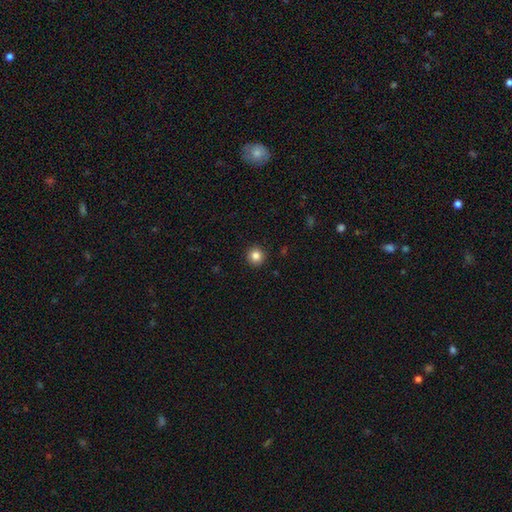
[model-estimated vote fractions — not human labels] smooth_or_featured: smooth (p=0.84) [alt: star or artifact p=0.11]
how_rounded: round (p=0.95) [alt: in between p=0.04]
merging: none (p=0.93) [alt: minor disturbance p=0.05]